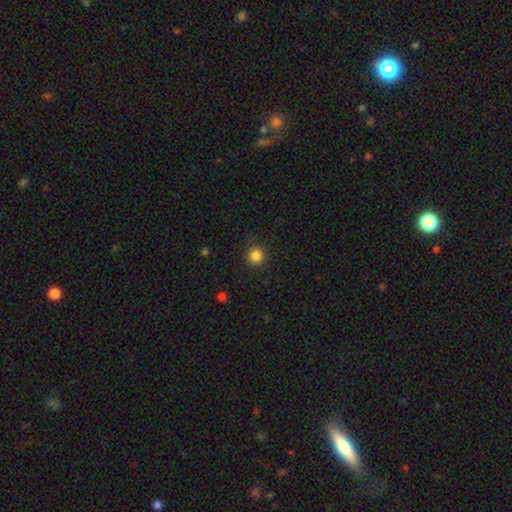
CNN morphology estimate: The model was most divided on "smooth or featured": smooth: 84%, star or artifact: 12%, featured or disk: 4%. More confident: how rounded — round (93%); merging — none (89%).